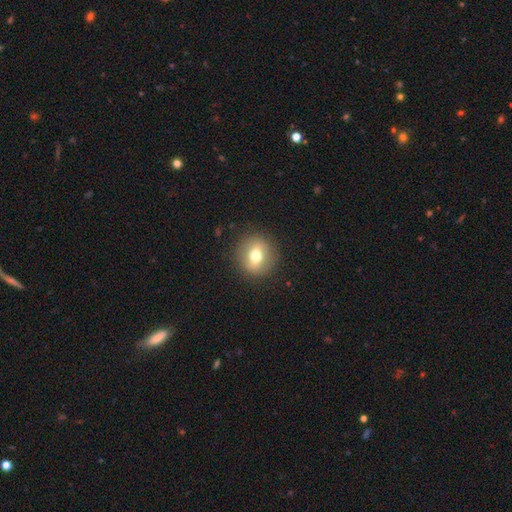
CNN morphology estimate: A smooth galaxy with no disk features (63%) that is round (84%). Merging: none (88%).